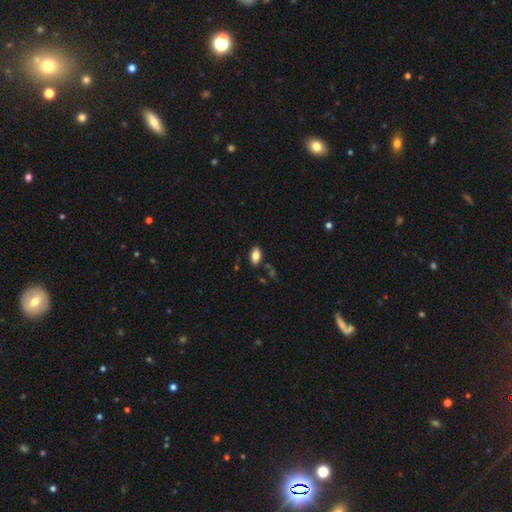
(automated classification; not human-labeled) The model was most divided on "merging": none: 84%, minor disturbance: 11%, merger: 3%, major disturbance: 2%. More confident: how rounded — in between (92%); smooth or featured — smooth (83%).